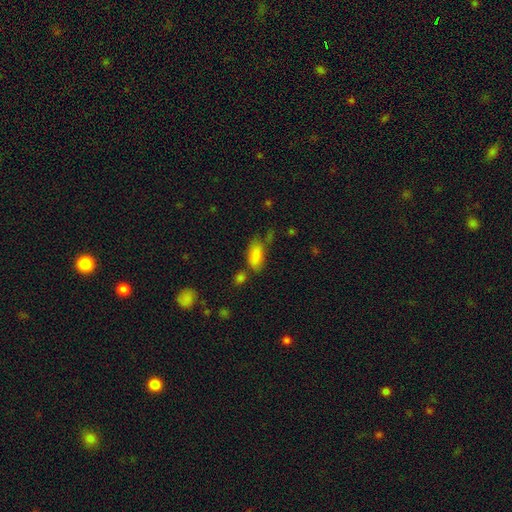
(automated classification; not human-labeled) Q: Smooth or featured?
A: smooth (85%); runner-up: star or artifact (8%)
Q: How rounded?
A: in between (88%); runner-up: cigar-shaped (9%)
Q: Merging?
A: none (56%); runner-up: minor disturbance (23%)